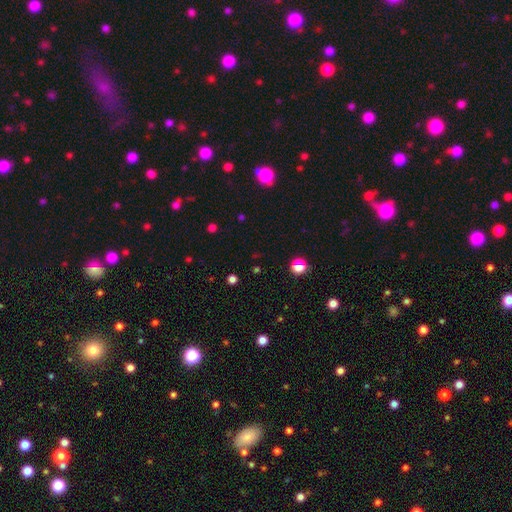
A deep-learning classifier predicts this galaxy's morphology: This is possibly a star or artifact rather than a galaxy (59%).